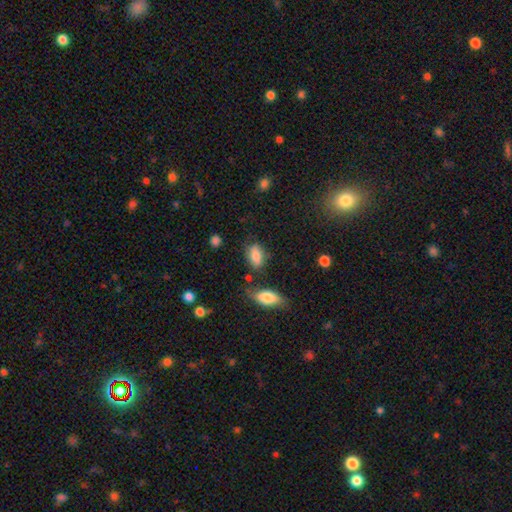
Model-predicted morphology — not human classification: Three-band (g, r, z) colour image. It shows a smooth galaxy with no disk features (80%) that is in between round and cigar-shaped (88%). Merging: none (65%).